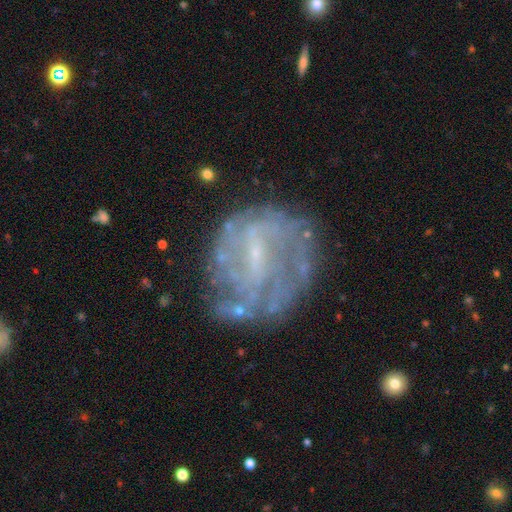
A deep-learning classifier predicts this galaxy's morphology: A featured or disk galaxy (75%) with a weak bar (52%), spiral arms (62%) and a small central bulge (63%).

Vote fractions:
- Smooth or featured? featured or disk: 75% / smooth: 16% / star or artifact: 10%
- Edge-on disk? no: 98% / yes: 2%
- Bar? weak: 52% / no: 25% / strong: 23%
- Spiral arms? yes: 62% / no: 38%
- Bulge size? small: 63% / none: 23% / moderate: 12% / large: 1% / dominant: 1%
- Merging? none: 63% / minor disturbance: 19% / major disturbance: 14% / merger: 4%